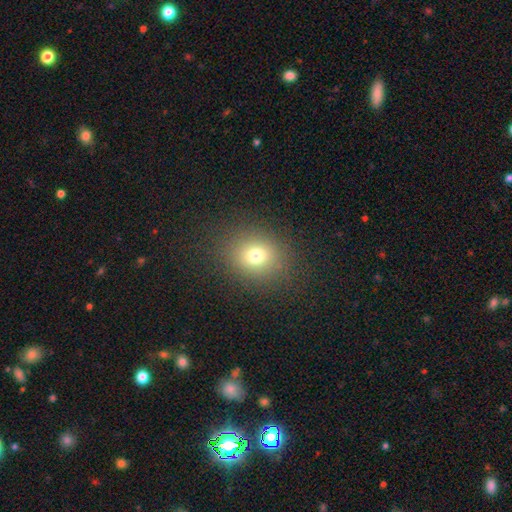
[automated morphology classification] smooth 73%, star or artifact 17%, featured or disk 10%. Down the decision tree: how rounded — round (69%); merging — none (86%).